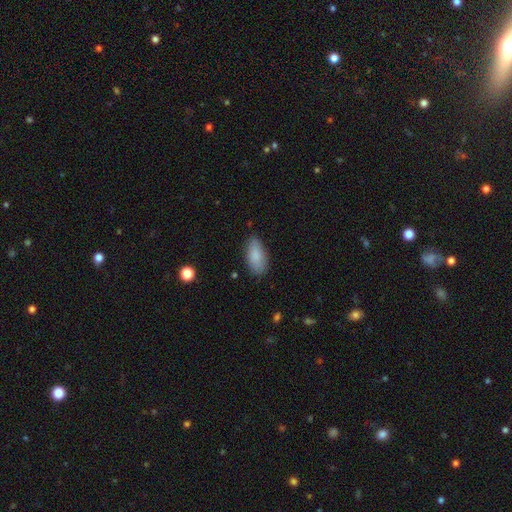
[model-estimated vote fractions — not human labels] The model was most divided on "merging": none: 80%, minor disturbance: 15%, major disturbance: 3%, merger: 1%. More confident: how rounded — in between (89%); smooth or featured — smooth (86%).